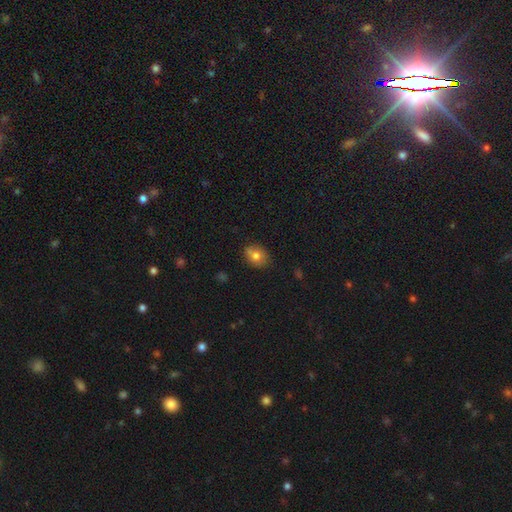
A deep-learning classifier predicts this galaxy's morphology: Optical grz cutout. It shows a smooth galaxy with no disk features (76%) that is in between round and cigar-shaped (55%). Merging: none (71%).